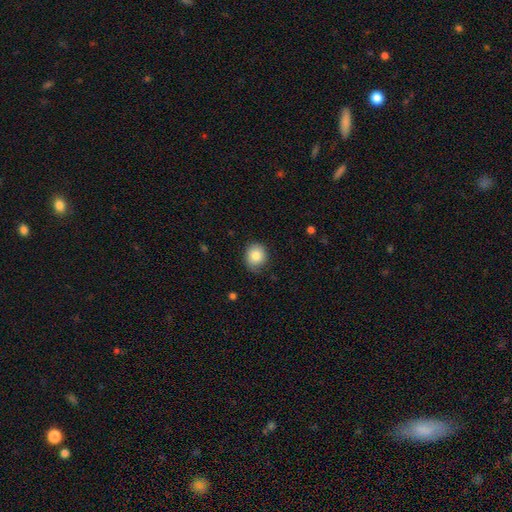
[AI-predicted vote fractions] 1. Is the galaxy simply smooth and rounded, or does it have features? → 83% smooth, 9% star or artifact, 9% featured or disk.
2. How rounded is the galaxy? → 77% round, 22% in between, 1% cigar-shaped.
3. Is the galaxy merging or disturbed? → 78% none, 18% minor disturbance, 4% major disturbance, 1% merger.